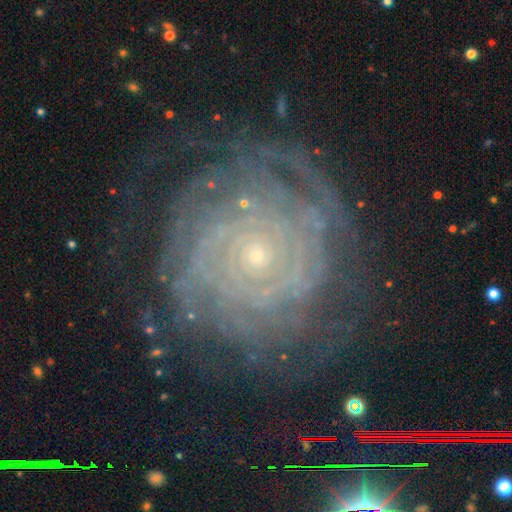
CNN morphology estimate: featured or disk 81%, star or artifact 10%, smooth 9%. Down the decision tree: edge-on disk — no (97%); bar — no (82%); spiral arms — yes (93%); spiral arm count — can't tell (40%); spiral winding — tight (82%); bulge size — small (85%); merging — none (73%).